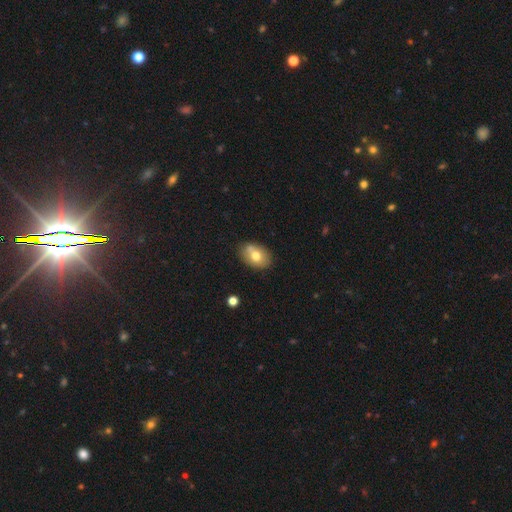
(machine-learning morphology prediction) This appears to be a smooth galaxy with no disk features (70%) that is in between round and cigar-shaped (79%). Merging: none (67%).